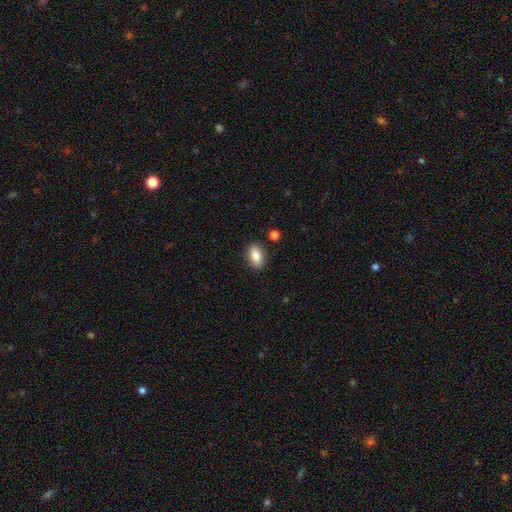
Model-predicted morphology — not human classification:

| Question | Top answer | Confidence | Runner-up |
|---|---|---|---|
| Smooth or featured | smooth | 87% | star or artifact (7%) |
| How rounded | in between | 90% | round (7%) |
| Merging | none | 87% | minor disturbance (8%) |